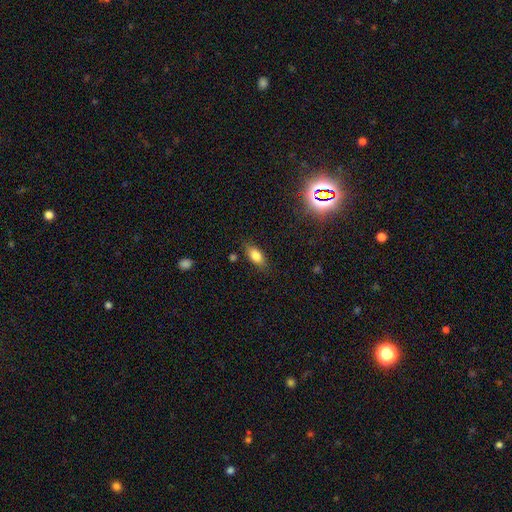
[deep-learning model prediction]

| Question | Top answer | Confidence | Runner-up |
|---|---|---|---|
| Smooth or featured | smooth | 75% | featured or disk (15%) |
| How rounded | in between | 81% | cigar-shaped (14%) |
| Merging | none | 81% | minor disturbance (14%) |